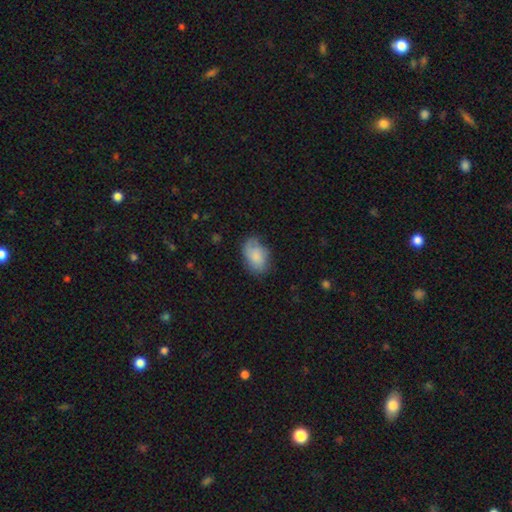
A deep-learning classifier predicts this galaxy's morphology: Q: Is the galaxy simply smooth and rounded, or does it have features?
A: smooth — 76%.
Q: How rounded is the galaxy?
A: in between — 87%.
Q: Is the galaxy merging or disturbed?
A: none — 61%.